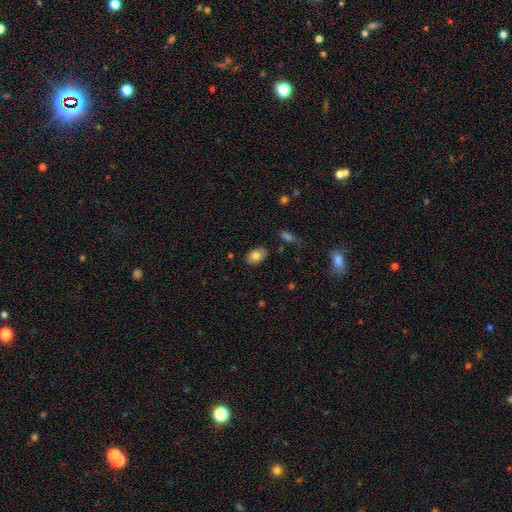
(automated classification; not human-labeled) smooth 81%, featured or disk 11%, star or artifact 8%. Down the decision tree: how rounded — in between (89%); merging — none (85%).